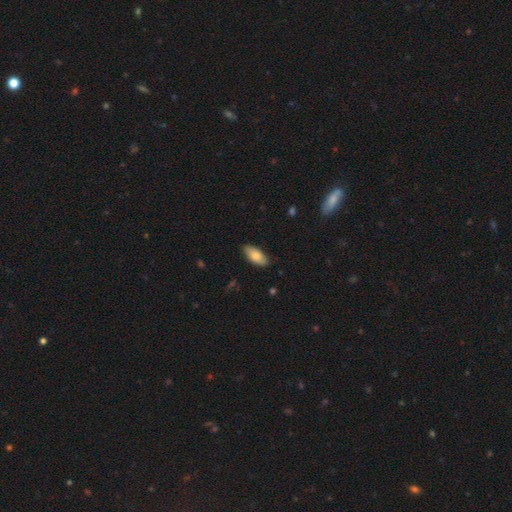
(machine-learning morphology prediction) A smooth galaxy with no disk features (82%) that is in between round and cigar-shaped (90%).

Vote fractions:
- Smooth or featured? smooth: 82% / featured or disk: 12% / star or artifact: 6%
- How rounded? in between: 90% / cigar-shaped: 8% / round: 2%
- Merging? none: 84% / minor disturbance: 13% / major disturbance: 2% / merger: 1%